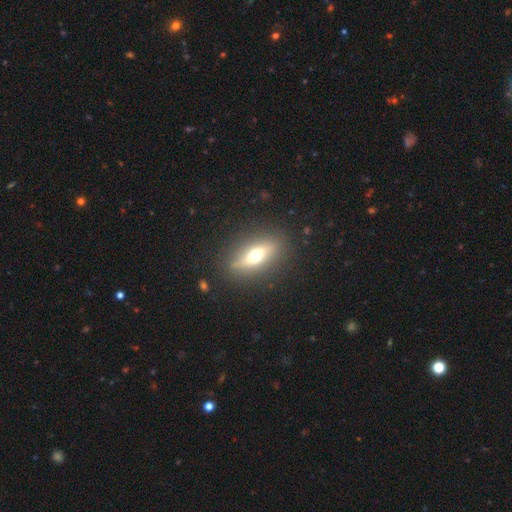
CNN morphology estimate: Overall: smooth (47%; featured or disk 44%). Merging: none (84%).